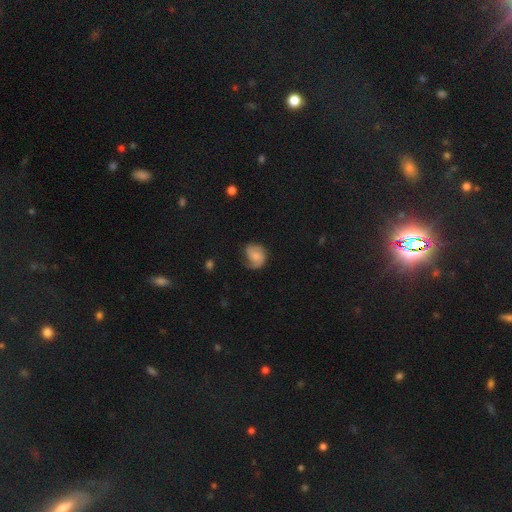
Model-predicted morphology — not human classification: Smooth or featured?
  - featured or disk: 55% *
  - smooth: 37%
  - star or artifact: 8%
Edge-on disk?
  - no: 98% *
  - yes: 2%
Bar?
  - no: 65% *
  - weak: 30%
  - strong: 5%
Spiral arms?
  - yes: 91% *
  - no: 9%
Bulge size?
  - small: 38% *
  - none: 32%
  - moderate: 23%
  - large: 6%
  - dominant: 2%
Merging?
  - none: 58% *
  - minor disturbance: 26%
  - major disturbance: 14%
  - merger: 2%